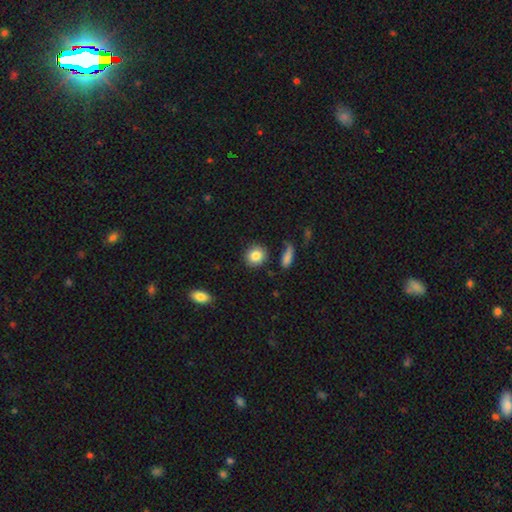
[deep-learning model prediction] Smooth or featured? smooth (85%)
How rounded? round (82%)
Merging? none (84%)